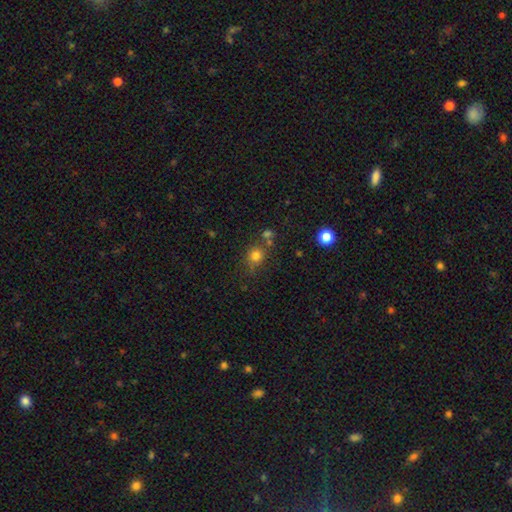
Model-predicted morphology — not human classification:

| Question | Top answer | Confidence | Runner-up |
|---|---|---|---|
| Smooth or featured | smooth | 77% | star or artifact (15%) |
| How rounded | round | 81% | in between (18%) |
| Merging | none | 66% | minor disturbance (15%) |